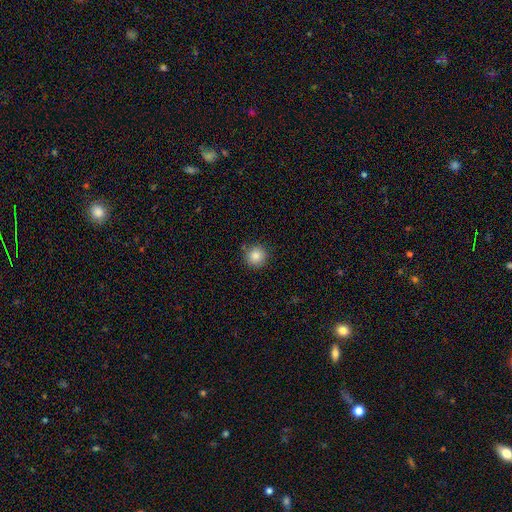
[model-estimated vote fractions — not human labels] The model was most divided on "smooth or featured": smooth: 85%, star or artifact: 10%, featured or disk: 5%. More confident: how rounded — round (94%); merging — none (86%).